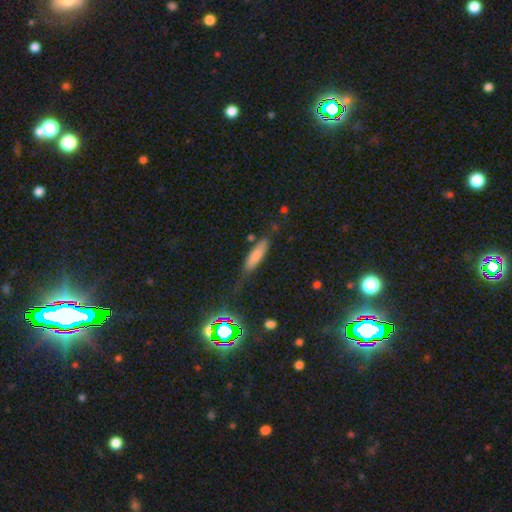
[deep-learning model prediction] This is likely a smooth galaxy (77%). How rounded: likely cigar-shaped (65%). Merging: likely none (68%).